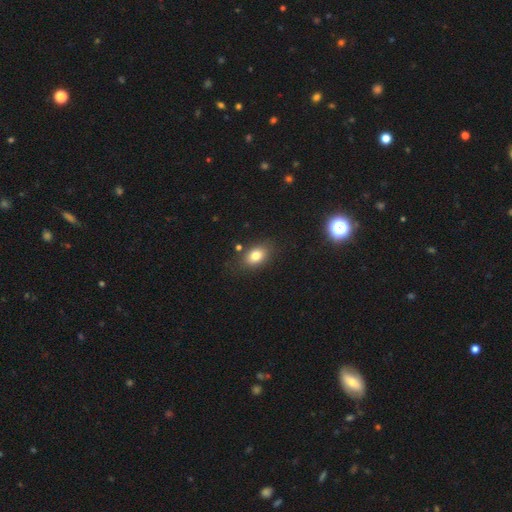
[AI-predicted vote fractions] Smooth or featured: smooth — 80% (star or artifact — 10%)
How rounded: in between — 75% (round — 23%)
Merging: none — 80% (minor disturbance — 12%)